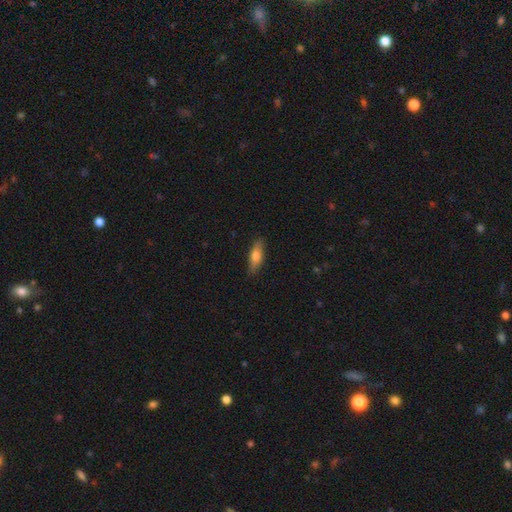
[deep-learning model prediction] Smooth or featured? smooth (63%)
How rounded? in between (50%)
Merging? none (85%)